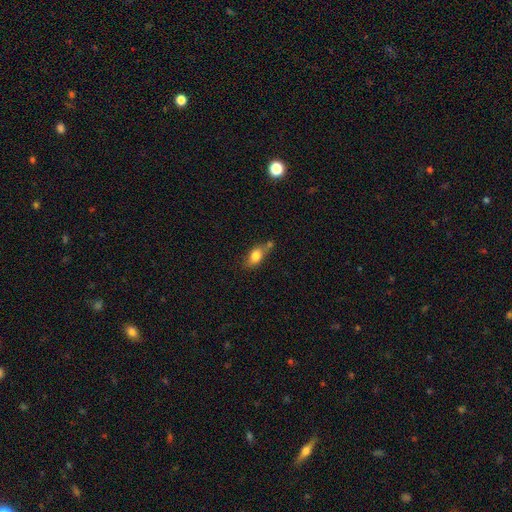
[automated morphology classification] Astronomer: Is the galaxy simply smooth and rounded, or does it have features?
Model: smooth — 79%.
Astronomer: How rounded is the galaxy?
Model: in between — 79%.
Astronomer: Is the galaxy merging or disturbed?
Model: none — 46% (runner-up: merger, 27%).